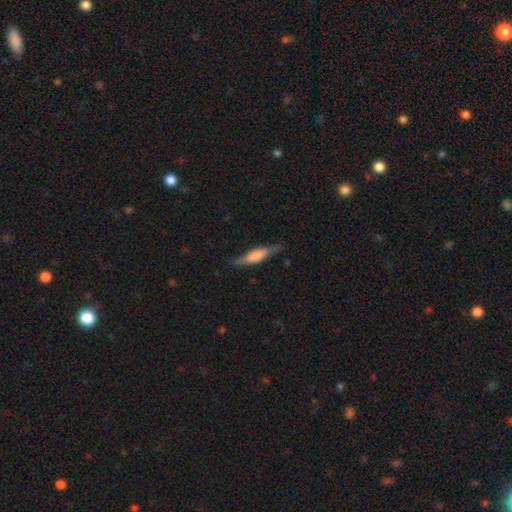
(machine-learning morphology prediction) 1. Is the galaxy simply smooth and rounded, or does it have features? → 48% featured or disk, 46% smooth, 6% star or artifact.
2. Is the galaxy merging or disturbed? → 82% none, 14% minor disturbance, 3% major disturbance, 1% merger.